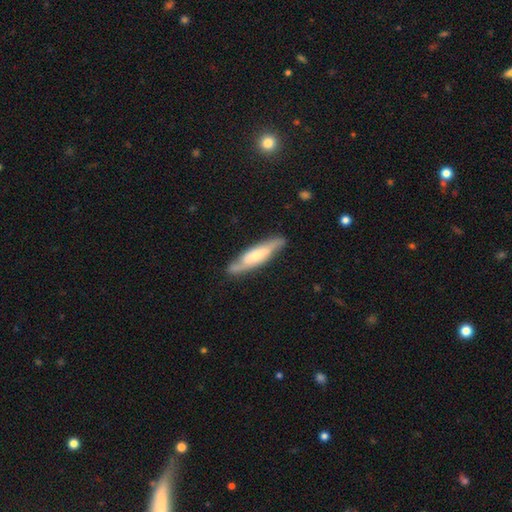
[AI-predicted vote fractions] Smooth or featured: featured or disk — 59% (smooth — 35%)
Edge-on disk: yes — 50% (tied with no — 50%)
Merging: none — 80% (minor disturbance — 15%)